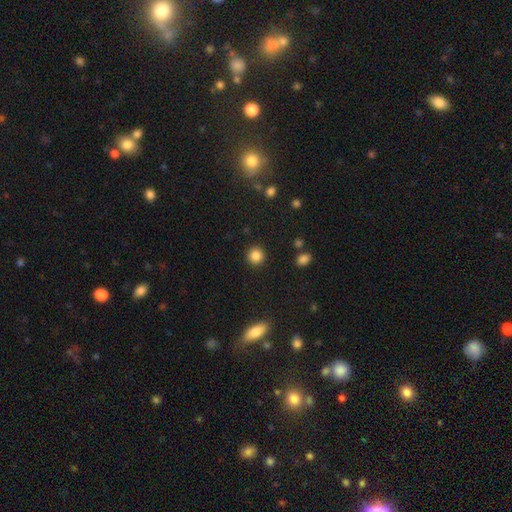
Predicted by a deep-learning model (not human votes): Smooth or featured? Predicted: smooth (p=0.85). How rounded? Predicted: round (p=0.93). Merging? Predicted: none (p=0.91).